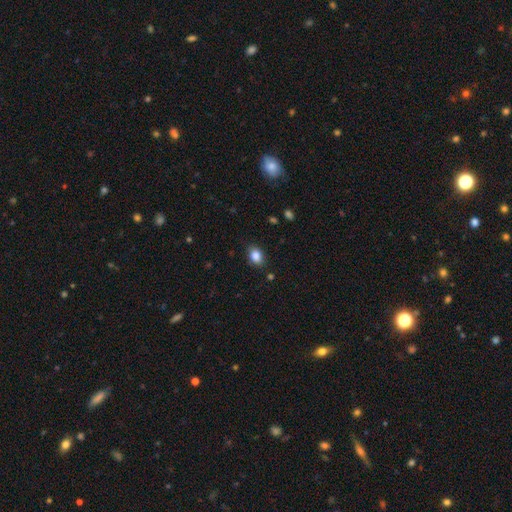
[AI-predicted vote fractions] Smooth or featured?
  - smooth: 85% *
  - star or artifact: 9%
  - featured or disk: 6%
How rounded?
  - in between: 72% *
  - round: 26%
  - cigar-shaped: 1%
Merging?
  - none: 84% *
  - minor disturbance: 12%
  - major disturbance: 3%
  - merger: 1%